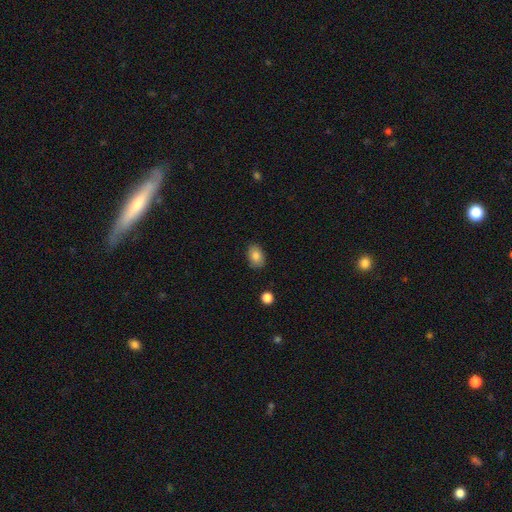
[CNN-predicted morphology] Smooth or featured?
  - smooth: 83% *
  - star or artifact: 9%
  - featured or disk: 8%
How rounded?
  - in between: 80% *
  - round: 19%
  - cigar-shaped: 1%
Merging?
  - none: 84% *
  - minor disturbance: 12%
  - major disturbance: 2%
  - merger: 1%